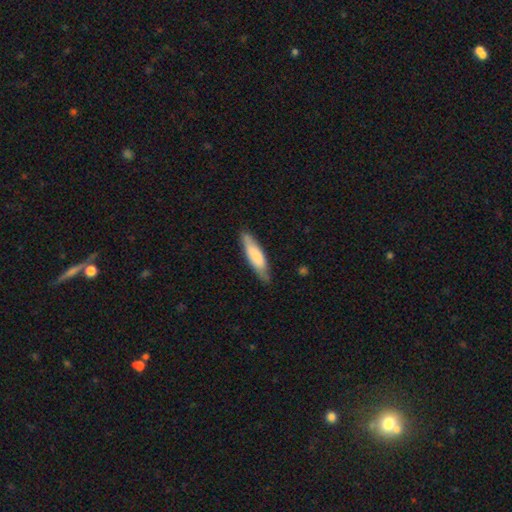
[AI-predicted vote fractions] A smooth galaxy with no disk features (71%) that is cigar-shaped (70%).

Vote fractions:
- Smooth or featured? smooth: 71% / featured or disk: 23% / star or artifact: 5%
- How rounded? cigar-shaped: 70% / in between: 29% / round: 1%
- Merging? none: 78% / minor disturbance: 18% / major disturbance: 3% / merger: 1%